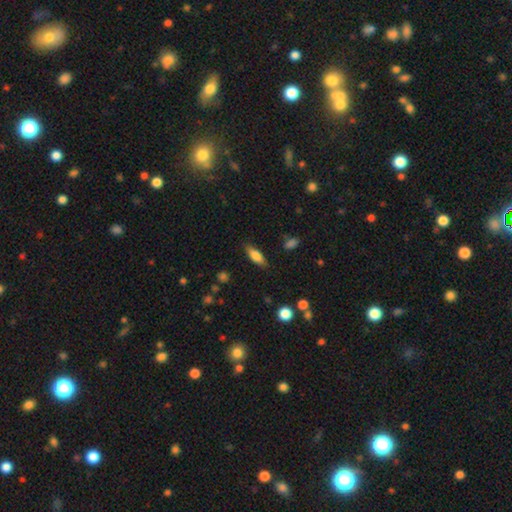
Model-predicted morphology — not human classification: Smooth or featured? smooth (79%)
How rounded? in between (70%)
Merging? none (82%)